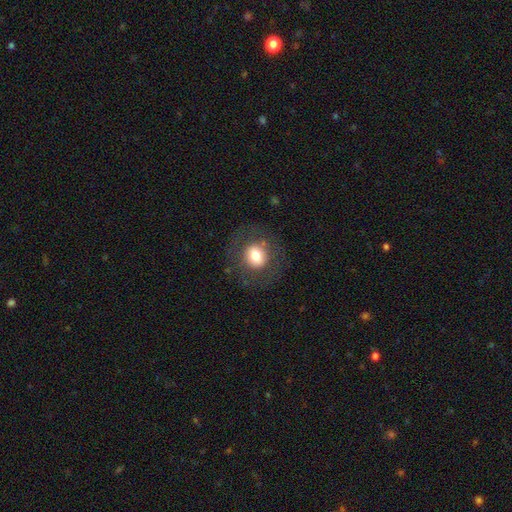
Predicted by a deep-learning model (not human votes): This is likely a smooth galaxy (69%). How rounded: clearly round (82%). Merging: clearly none (80%).